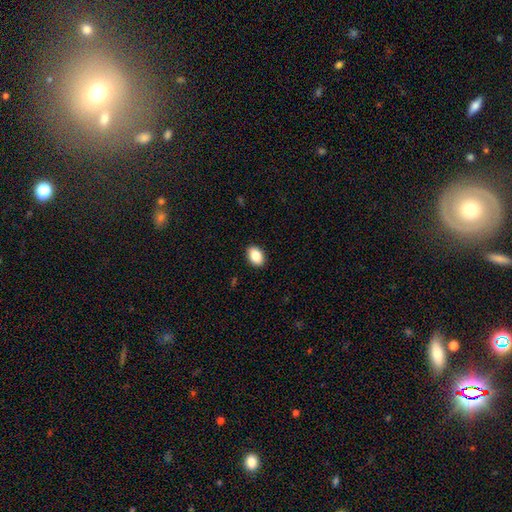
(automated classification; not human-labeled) smooth_or_featured: smooth (p=0.87) [alt: star or artifact p=0.08]
how_rounded: in between (p=0.82) [alt: round p=0.17]
merging: none (p=0.91) [alt: minor disturbance p=0.07]